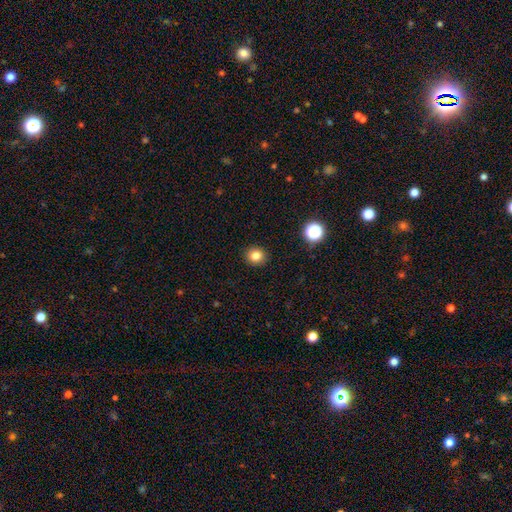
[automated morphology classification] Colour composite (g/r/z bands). It shows a smooth galaxy with no disk features (81%) that is round (85%). Merging: none (92%).